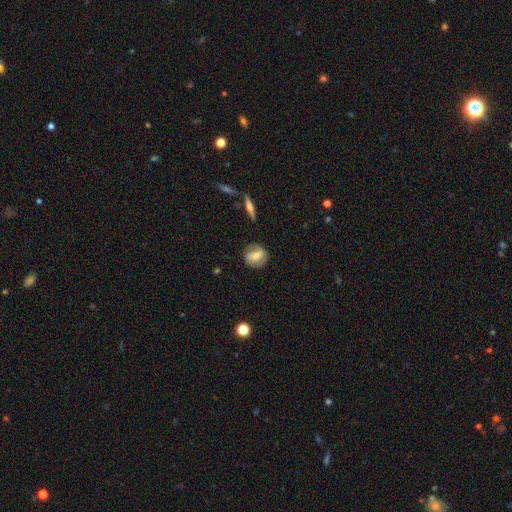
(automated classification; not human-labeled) Overall: smooth (47%; featured or disk 45%). Merging: none (78%).